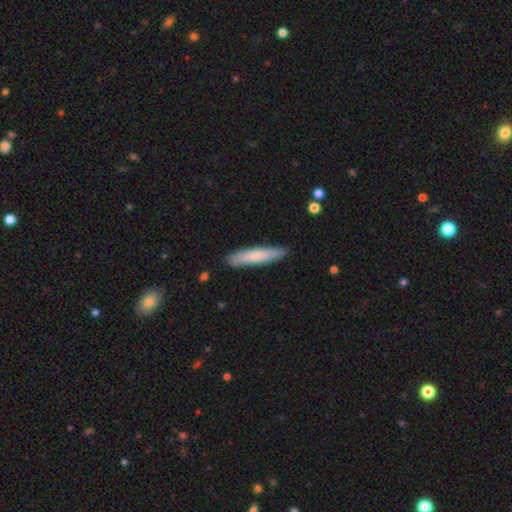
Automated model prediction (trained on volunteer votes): smooth 70%, featured or disk 24%, star or artifact 6%. Down the decision tree: how rounded — cigar-shaped (89%); merging — none (89%).